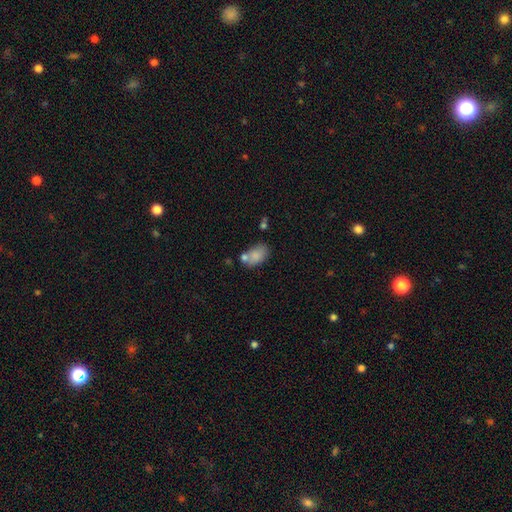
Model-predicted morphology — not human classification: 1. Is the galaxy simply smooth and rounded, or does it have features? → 80% smooth, 11% featured or disk, 9% star or artifact.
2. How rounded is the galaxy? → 89% in between, 9% round, 2% cigar-shaped.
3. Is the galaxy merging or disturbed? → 53% none, 22% merger, 19% minor disturbance, 6% major disturbance.